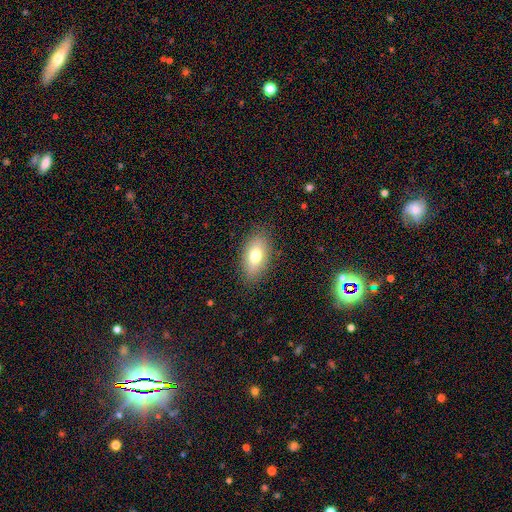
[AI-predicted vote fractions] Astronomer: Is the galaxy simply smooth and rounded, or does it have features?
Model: smooth — 73%.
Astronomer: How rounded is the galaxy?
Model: in between — 88%.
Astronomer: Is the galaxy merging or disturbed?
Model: none — 85%.